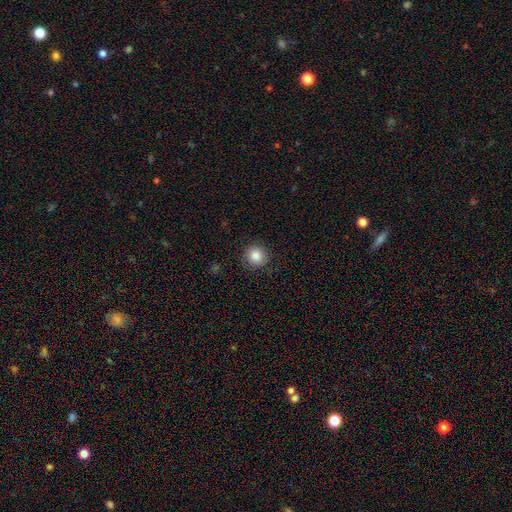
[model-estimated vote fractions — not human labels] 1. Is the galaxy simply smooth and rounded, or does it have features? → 85% smooth, 10% star or artifact, 5% featured or disk.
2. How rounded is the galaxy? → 93% round, 6% in between, 1% cigar-shaped.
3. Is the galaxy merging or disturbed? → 88% none, 8% minor disturbance, 3% major disturbance, 1% merger.